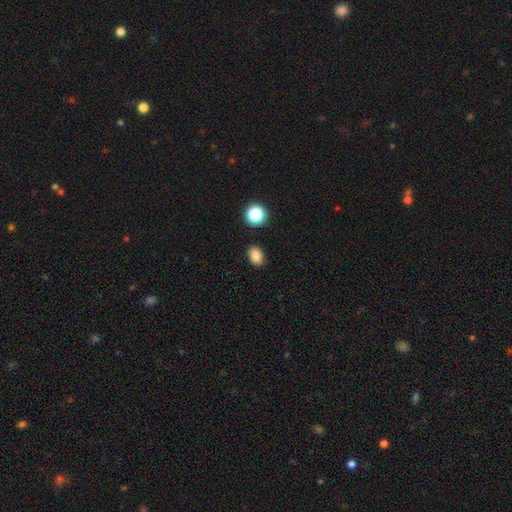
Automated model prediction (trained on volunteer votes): A smooth galaxy with no disk features (84%) that is in between round and cigar-shaped (79%).

Vote fractions:
- Smooth or featured? smooth: 84% / star or artifact: 11% / featured or disk: 5%
- How rounded? in between: 79% / round: 20% / cigar-shaped: 1%
- Merging? none: 88% / minor disturbance: 8% / merger: 2% / major disturbance: 2%